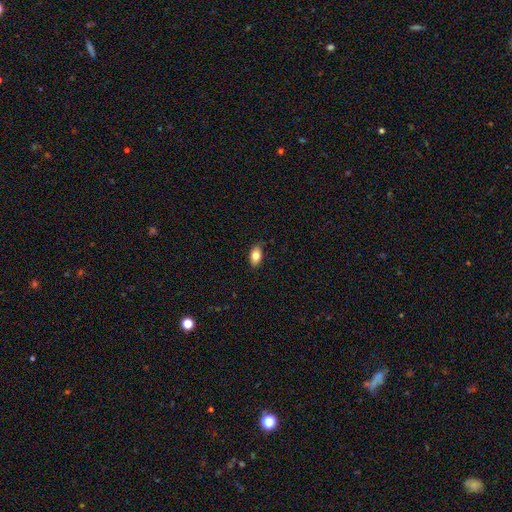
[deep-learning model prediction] This is clearly a smooth galaxy (82%). How rounded: clearly in between (91%). Merging: clearly none (86%).